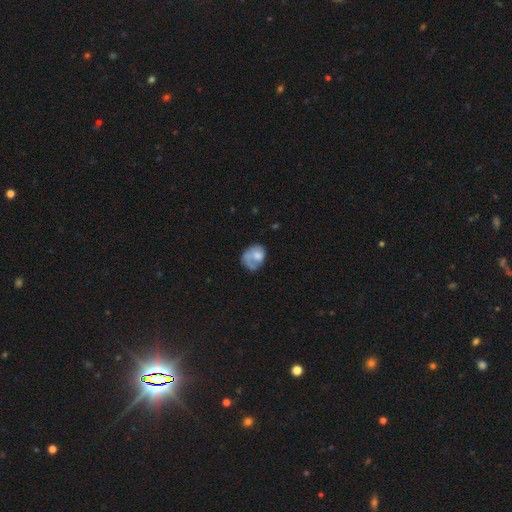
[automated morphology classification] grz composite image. It shows a smooth galaxy with no disk features (52%) that is in between round and cigar-shaped (57%). Merging: major disturbance (36%).